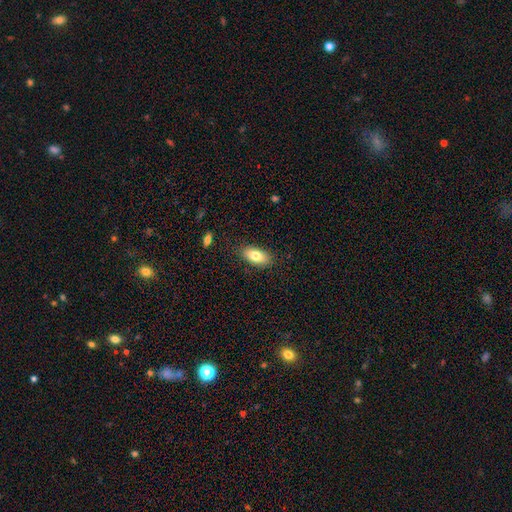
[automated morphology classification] Q: Smooth or featured?
A: smooth (81%); runner-up: featured or disk (12%)
Q: How rounded?
A: in between (90%); runner-up: cigar-shaped (6%)
Q: Merging?
A: none (85%); runner-up: minor disturbance (11%)